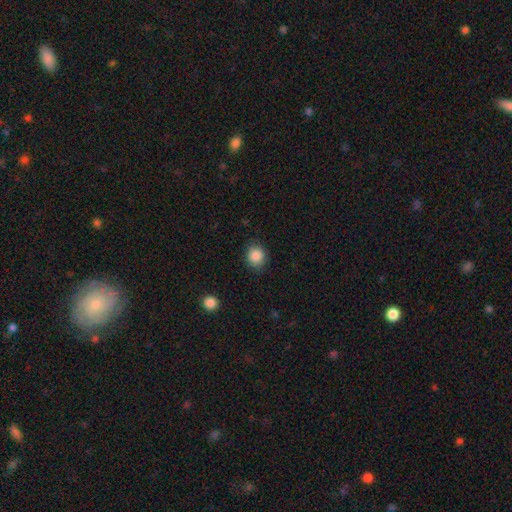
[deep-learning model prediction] This is clearly a smooth galaxy (87%). How rounded: likely round (78%). Merging: clearly none (85%).